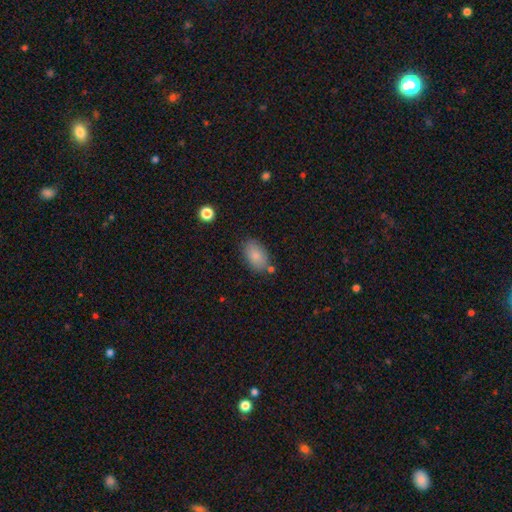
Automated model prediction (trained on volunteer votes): Smooth or featured: smooth — 84% (featured or disk — 9%)
How rounded: in between — 92% (round — 6%)
Merging: none — 77% (minor disturbance — 14%)